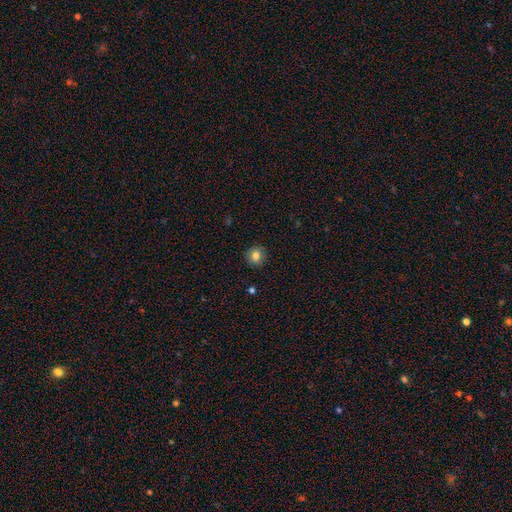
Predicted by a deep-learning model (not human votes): smooth-or-featured: smooth: 82% | star or artifact: 11% | featured or disk: 8%
  how-rounded: round: 91% | in between: 9% | cigar-shaped: 1%
  merging: none: 89% | minor disturbance: 8% | major disturbance: 2% | merger: 1%